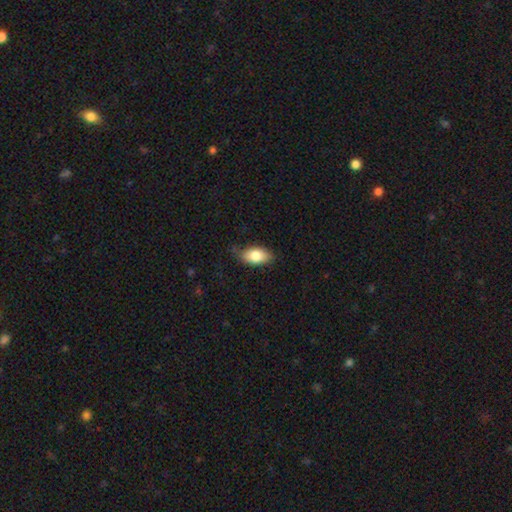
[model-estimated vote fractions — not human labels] A smooth galaxy with no disk features (81%) that is in between round and cigar-shaped (92%).

Vote fractions:
- Smooth or featured? smooth: 81% / featured or disk: 12% / star or artifact: 7%
- How rounded? in between: 92% / round: 4% / cigar-shaped: 4%
- Merging? none: 72% / minor disturbance: 23% / major disturbance: 4% / merger: 1%